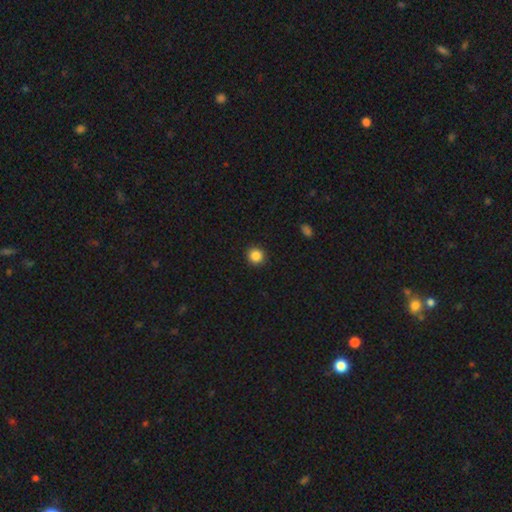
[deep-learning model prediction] Smooth or featured? smooth (86%)
How rounded? round (94%)
Merging? none (93%)